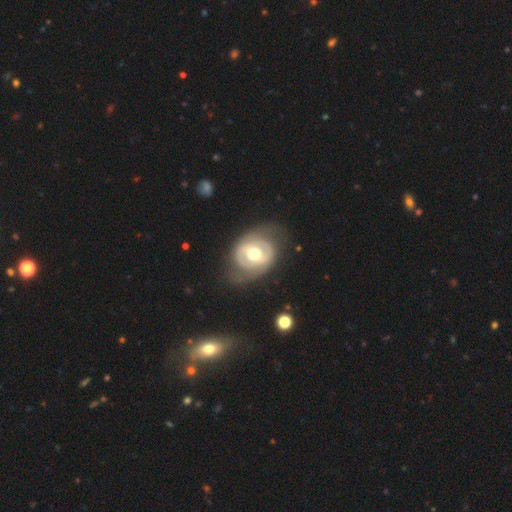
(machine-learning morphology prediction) type=featured or disk (66%); edge-on=no (96%); bar=no (58%); spiral arms=no (56%); bulge=moderate (70%); merging=none (68%).